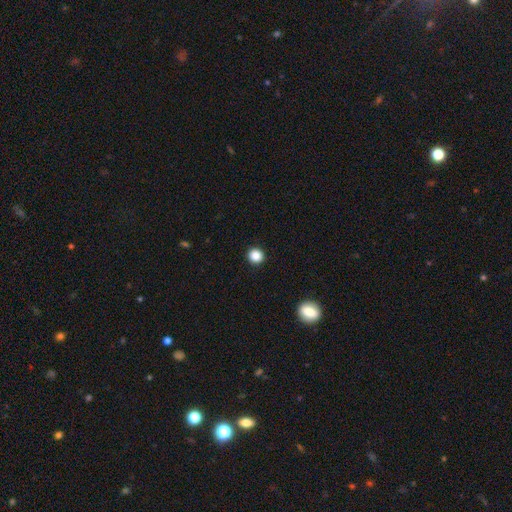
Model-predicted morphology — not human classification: This is clearly a smooth galaxy (86%). How rounded: clearly round (92%). Merging: clearly none (93%).